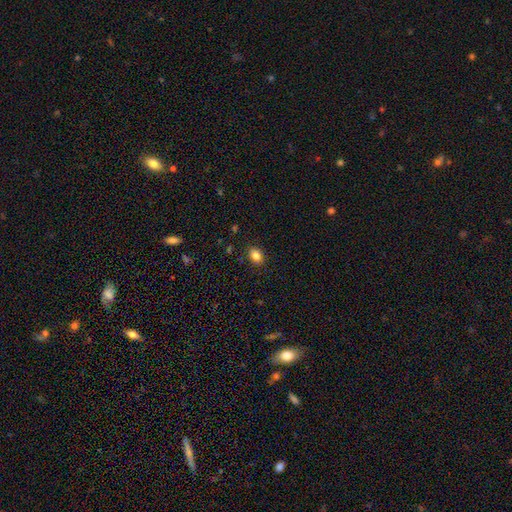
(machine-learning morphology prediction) smooth_or_featured: smooth (p=0.84) [alt: star or artifact p=0.10]
how_rounded: in between (p=0.71) [alt: round p=0.28]
merging: none (p=0.86) [alt: minor disturbance p=0.10]